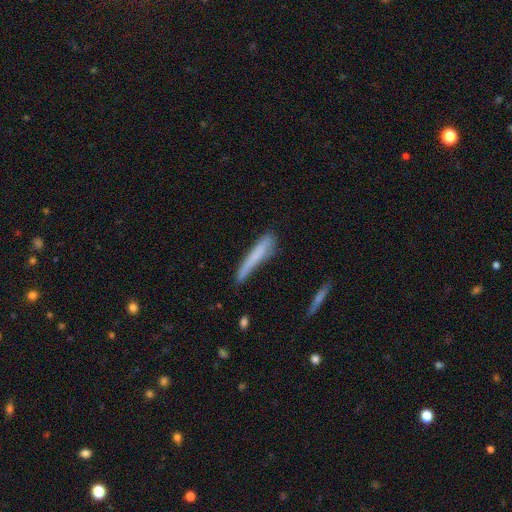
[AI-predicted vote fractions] A smooth galaxy with no disk features (69%) that is cigar-shaped (94%). Merging: none (60%).